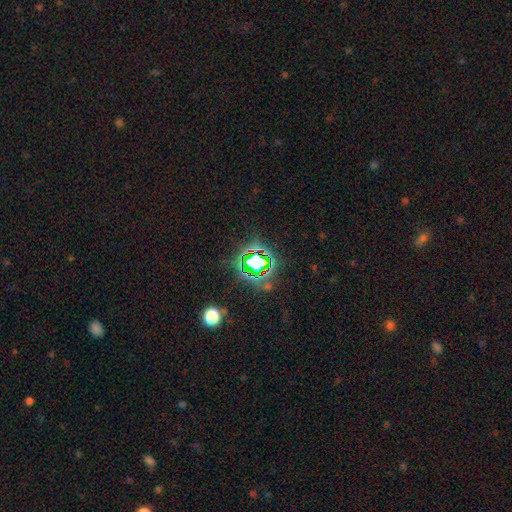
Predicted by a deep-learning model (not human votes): smooth-or-featured: star or artifact: 75% | smooth: 15% | featured or disk: 10%